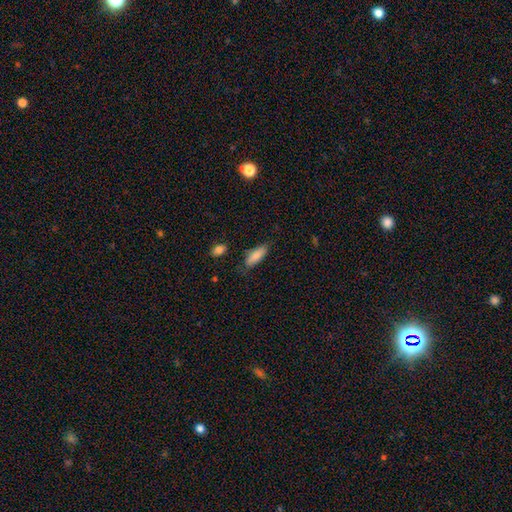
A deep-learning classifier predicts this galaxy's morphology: This is clearly a smooth galaxy (85%). How rounded: likely in between (66%). Merging: likely none (72%).